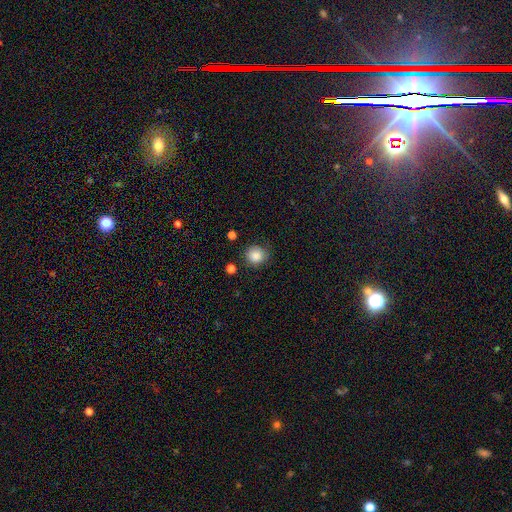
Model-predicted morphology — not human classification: smooth 85%, star or artifact 10%, featured or disk 5%. Down the decision tree: how rounded — round (88%); merging — none (79%).